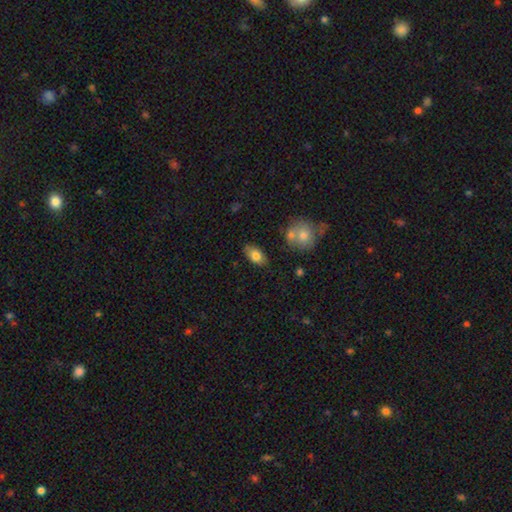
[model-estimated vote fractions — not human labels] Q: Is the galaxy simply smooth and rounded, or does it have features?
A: smooth — 78%.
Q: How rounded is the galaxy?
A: in between — 91%.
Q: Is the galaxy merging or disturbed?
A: none — 82%.